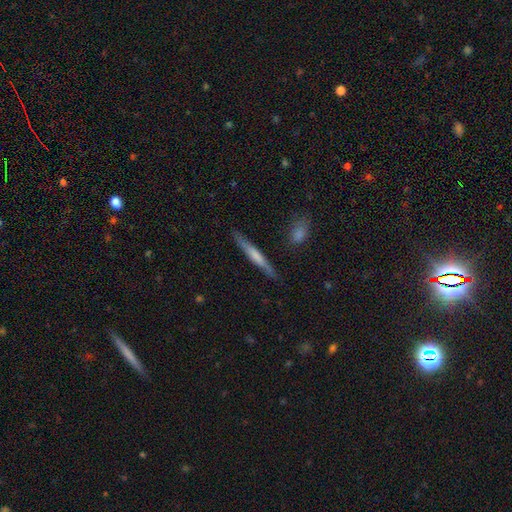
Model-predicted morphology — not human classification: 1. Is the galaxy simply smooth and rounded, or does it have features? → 51% smooth, 43% featured or disk, 6% star or artifact.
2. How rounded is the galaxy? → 95% cigar-shaped, 4% in between, 2% round.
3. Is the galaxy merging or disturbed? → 84% none, 11% minor disturbance, 2% major disturbance, 2% merger.